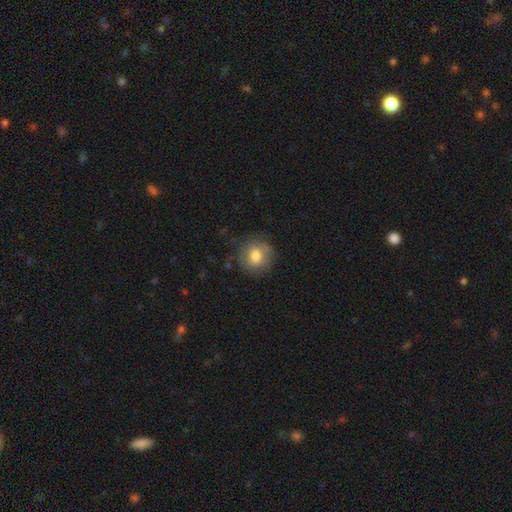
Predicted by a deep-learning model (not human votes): Overall: smooth (74%). How rounded: round (89%). Merging: none (79%).